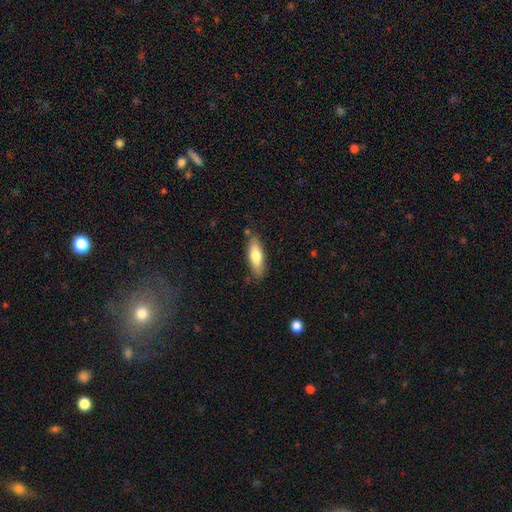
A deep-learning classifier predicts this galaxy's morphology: smooth-or-featured: smooth: 70% | featured or disk: 24% | star or artifact: 6%
  how-rounded: in between: 49% (tied) | cigar-shaped: 49% (tied) | round: 2%
  merging: none: 79% | minor disturbance: 15% | merger: 3% | major disturbance: 3%